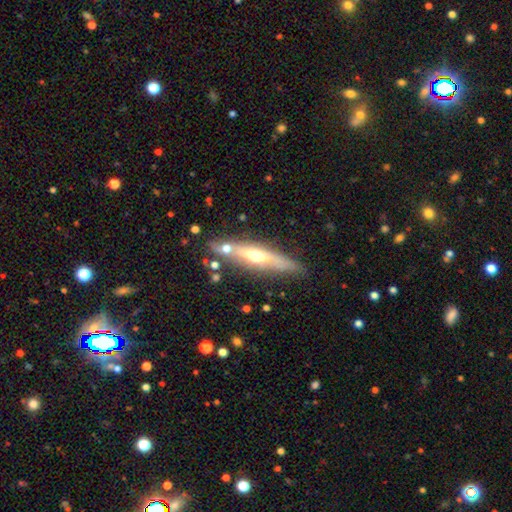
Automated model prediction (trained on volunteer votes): Smooth or featured? featured or disk (63%)
Edge-on disk? yes (80%)
Edge-on bulge? rounded (85%)
Merging? none (71%)